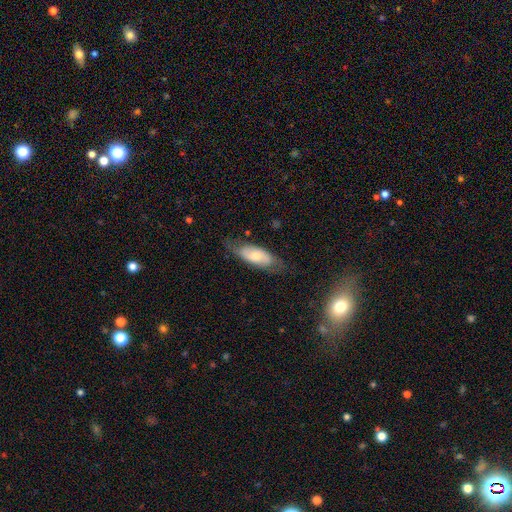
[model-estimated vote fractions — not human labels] Smooth or featured? smooth (57%)
How rounded? in between (79%)
Merging? none (66%)